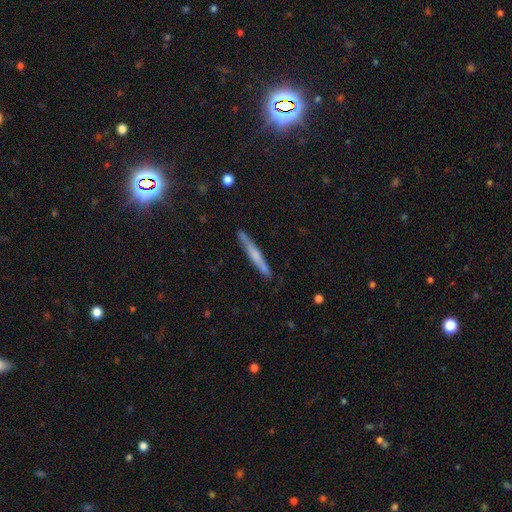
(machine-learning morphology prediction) Overall: featured or disk (49%; smooth 44%). Merging: none (88%).